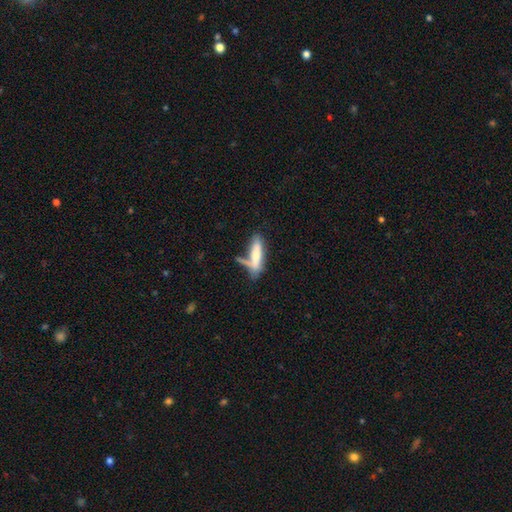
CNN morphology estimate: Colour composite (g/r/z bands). It shows a smooth galaxy with no disk features (65%) that is cigar-shaped (65%). Merging: none (40%).